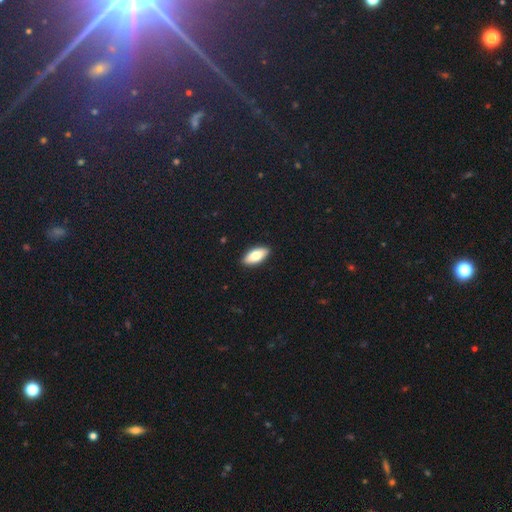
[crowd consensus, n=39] smooth 77%, featured or disk 21%, star or artifact 3%. Down the decision tree: how rounded — in between (87%); merging — none (92%).